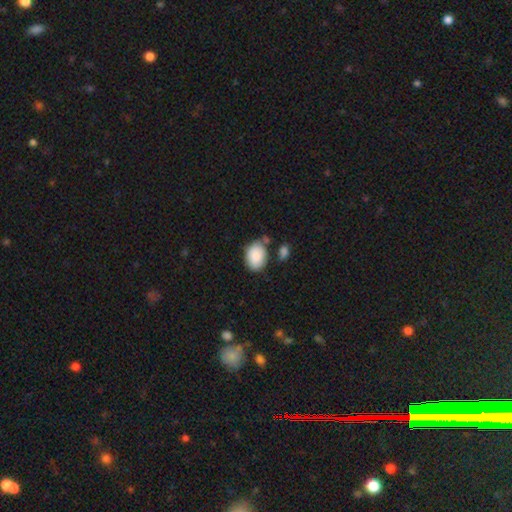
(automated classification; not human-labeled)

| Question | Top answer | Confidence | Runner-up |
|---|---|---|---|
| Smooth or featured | smooth | 88% | star or artifact (6%) |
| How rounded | in between | 80% | round (19%) |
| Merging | none | 62% | minor disturbance (21%) |